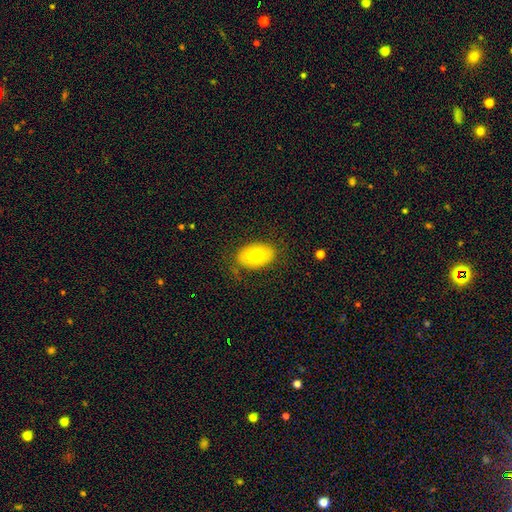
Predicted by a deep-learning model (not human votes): Smooth or featured? Predicted: smooth (p=0.70). How rounded? Predicted: in between (p=0.85). Merging? Predicted: none (p=0.76).